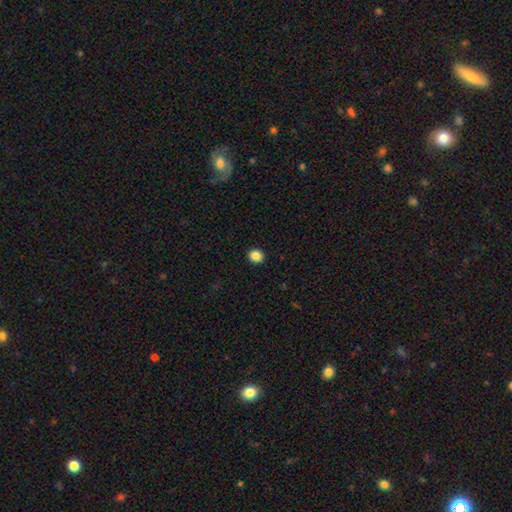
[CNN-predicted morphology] This appears to be a smooth galaxy with no disk features (86%) that is round (87%). Merging: none (93%).